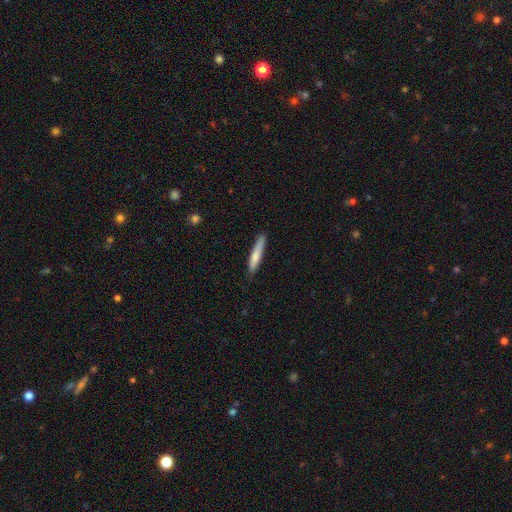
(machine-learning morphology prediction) Smooth or featured? Predicted: smooth (p=0.75). How rounded? Predicted: cigar-shaped (p=0.92). Merging? Predicted: none (p=0.82).